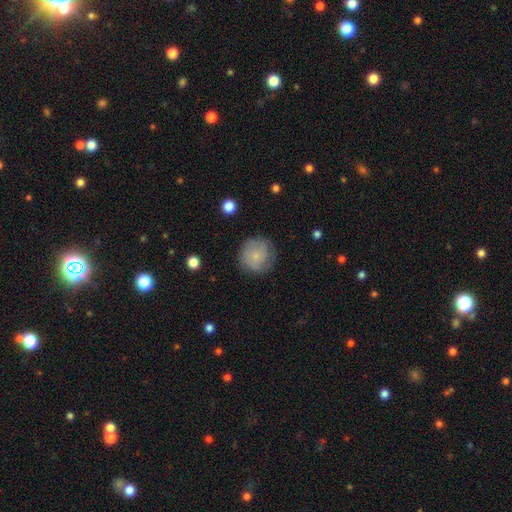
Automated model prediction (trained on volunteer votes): smooth 65%, featured or disk 27%, star or artifact 7%. Down the decision tree: how rounded — round (93%); merging — none (79%).